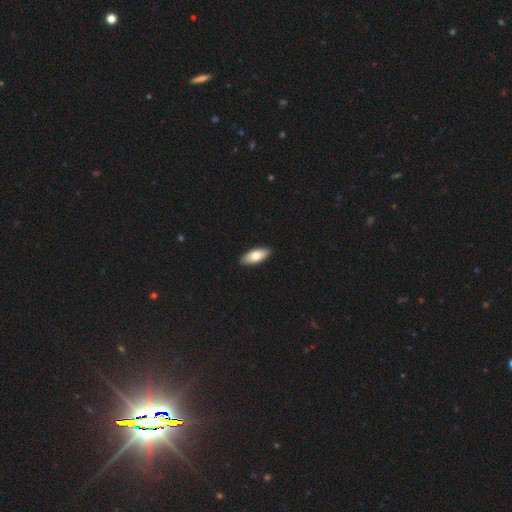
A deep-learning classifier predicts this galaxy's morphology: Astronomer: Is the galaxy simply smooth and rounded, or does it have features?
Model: smooth — 79%.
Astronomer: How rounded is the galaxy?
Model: in between — 82%.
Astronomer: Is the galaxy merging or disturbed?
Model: none — 90%.